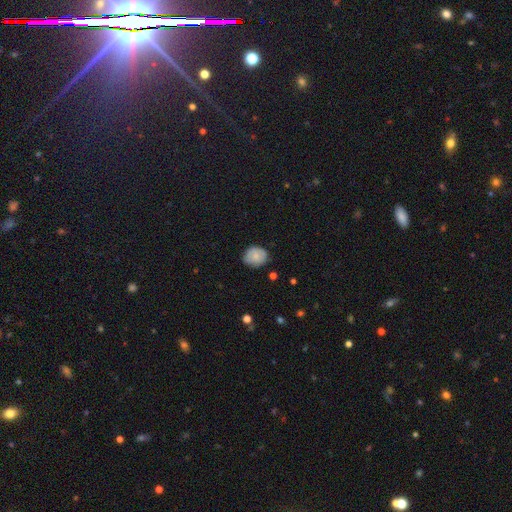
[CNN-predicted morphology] Q: Smooth or featured?
A: smooth (76%); runner-up: featured or disk (16%)
Q: How rounded?
A: round (61%); runner-up: in between (38%)
Q: Merging?
A: none (75%); runner-up: minor disturbance (20%)